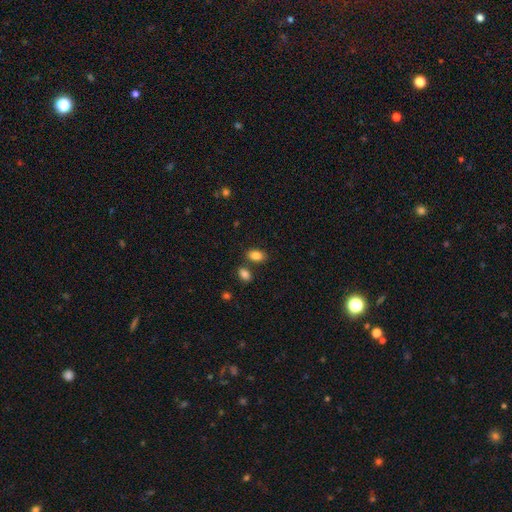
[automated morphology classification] A smooth galaxy with no disk features (85%) that is in between round and cigar-shaped (89%).

Vote fractions:
- Smooth or featured? smooth: 85% / star or artifact: 8% / featured or disk: 6%
- How rounded? in between: 89% / round: 9% / cigar-shaped: 2%
- Merging? none: 73% / merger: 14% / minor disturbance: 11% / major disturbance: 3%